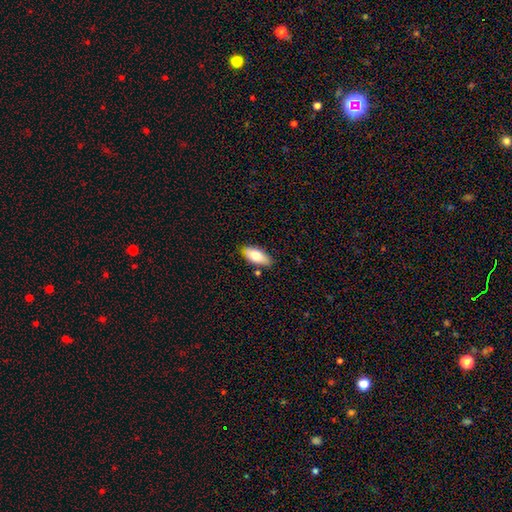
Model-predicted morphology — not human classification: A smooth galaxy with no disk features (75%) that is in between round and cigar-shaped (86%). Merging: none (81%).